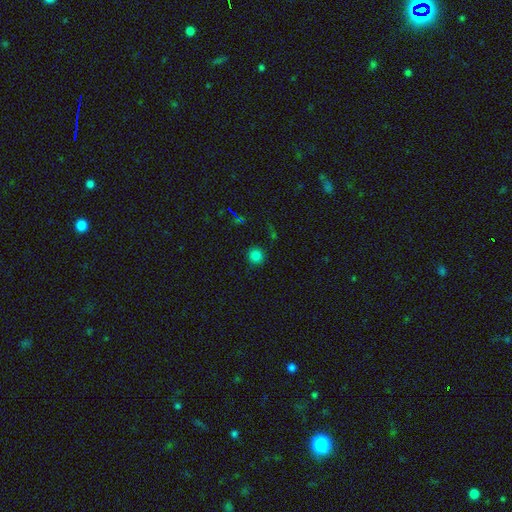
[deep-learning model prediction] Morphology: type=smooth (79%); roundness=round (93%); merging=none (89%).